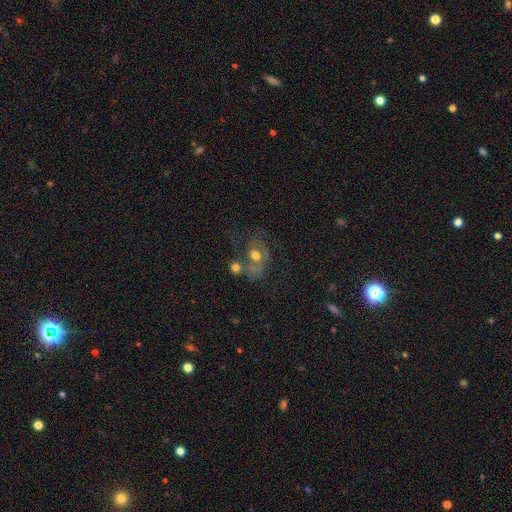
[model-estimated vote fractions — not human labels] Overall: featured or disk (50%; smooth 39%). Merging: merger (34%; none 29%).